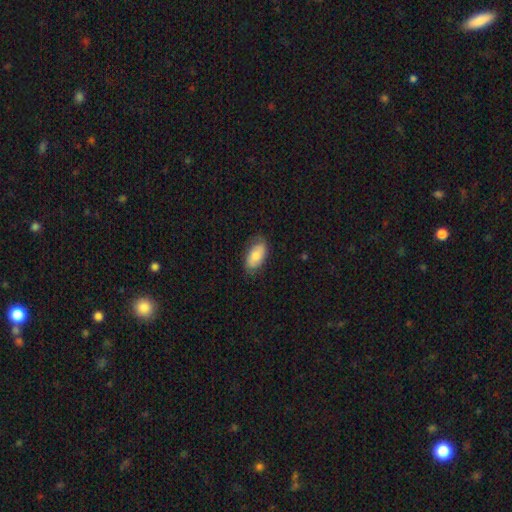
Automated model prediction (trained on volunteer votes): Smooth or featured? smooth (74%)
How rounded? in between (93%)
Merging? none (76%)